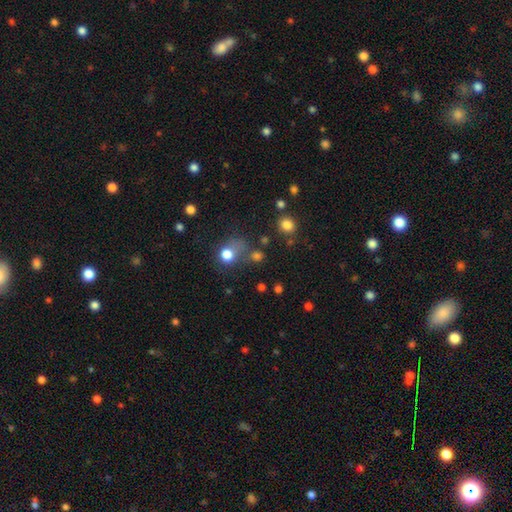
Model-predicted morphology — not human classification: smooth_or_featured: smooth (p=0.62) [alt: star or artifact p=0.29]
how_rounded: round (p=0.79) [alt: in between p=0.20]
merging: none (p=0.56) [alt: merger p=0.16]